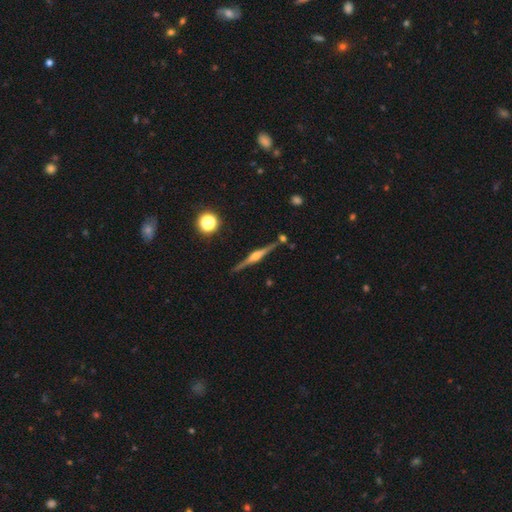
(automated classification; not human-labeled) smooth_or_featured: featured or disk (p=0.82) [alt: smooth p=0.12]
disk_edge_on: yes (p=0.98) [alt: no p=0.02]
edge_on_bulge: rounded (p=0.84) [alt: boxy p=0.12]
merging: none (p=0.87) [alt: minor disturbance p=0.08]